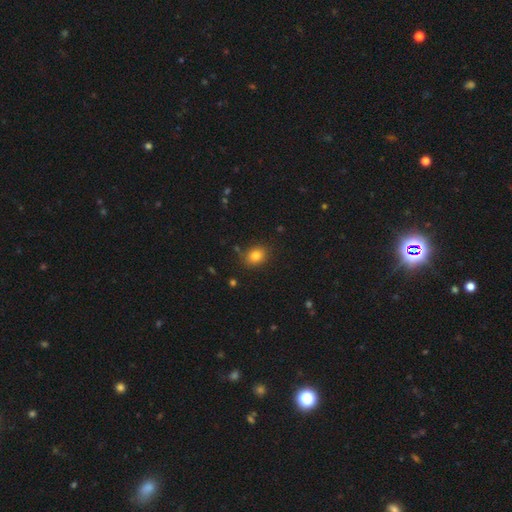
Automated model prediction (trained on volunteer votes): Q: Smooth or featured?
A: smooth (81%); runner-up: star or artifact (11%)
Q: How rounded?
A: in between (50%); runner-up: round (49%)
Q: Merging?
A: none (82%); runner-up: minor disturbance (13%)